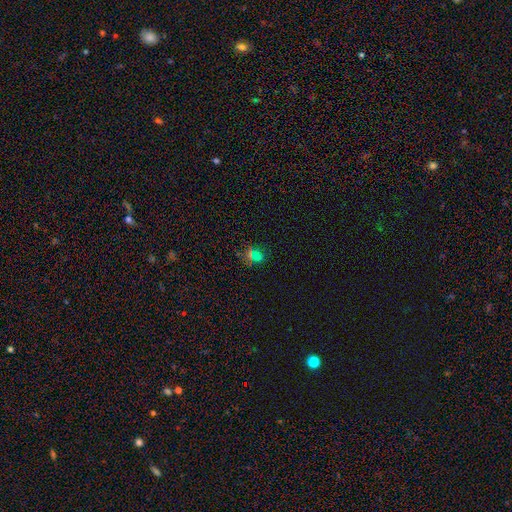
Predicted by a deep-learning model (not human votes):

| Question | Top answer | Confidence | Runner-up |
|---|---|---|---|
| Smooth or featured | smooth | 47% | star or artifact (43%) |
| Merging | none | 70% | minor disturbance (13%) |